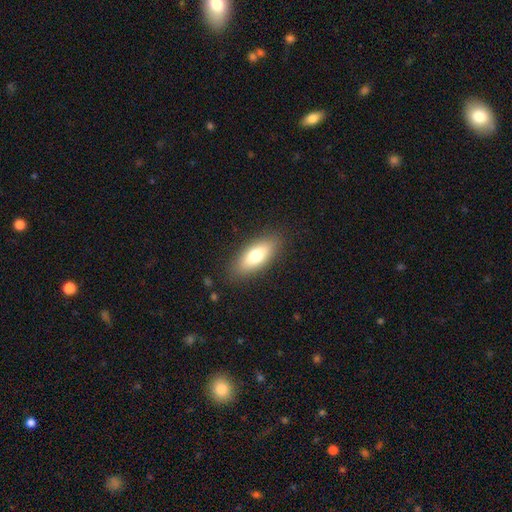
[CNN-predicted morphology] smooth_or_featured: smooth (p=0.74) [alt: featured or disk p=0.19]
how_rounded: in between (p=0.76) [alt: cigar-shaped p=0.22]
merging: none (p=0.86) [alt: minor disturbance p=0.10]